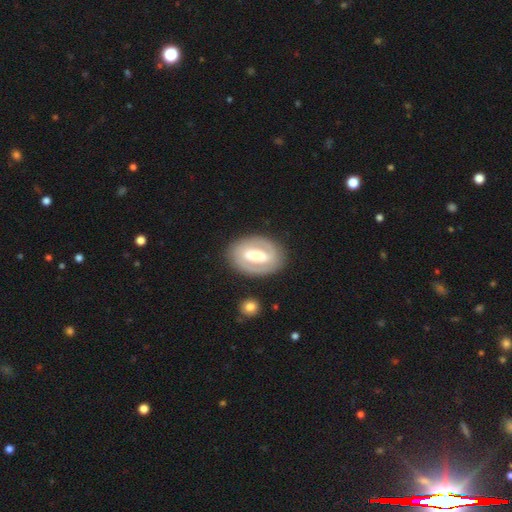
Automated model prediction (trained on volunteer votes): Morphology: type=featured or disk (69%); edge-on=no (95%); bar=strong (49%); spiral arms=yes (56%); bulge=moderate (49%); merging=none (82%).